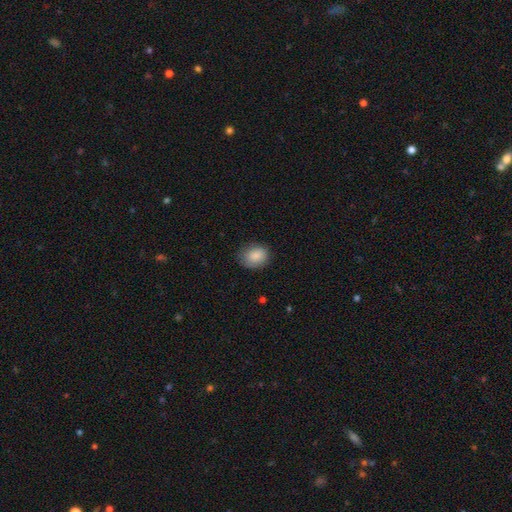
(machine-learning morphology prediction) smooth-or-featured: smooth: 86% | star or artifact: 8% | featured or disk: 6%
  how-rounded: in between: 50% | round: 49% | cigar-shaped: 1%
  merging: none: 76% | minor disturbance: 19% | major disturbance: 4% | merger: 1%